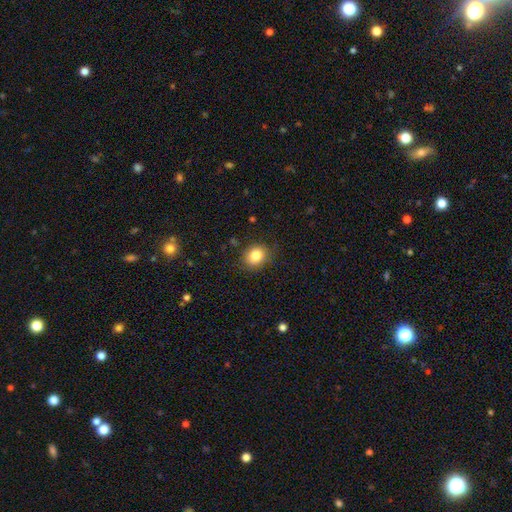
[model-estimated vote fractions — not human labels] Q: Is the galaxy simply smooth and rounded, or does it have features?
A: smooth — 83%.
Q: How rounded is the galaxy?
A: round — 59%.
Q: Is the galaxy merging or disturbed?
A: none — 85%.